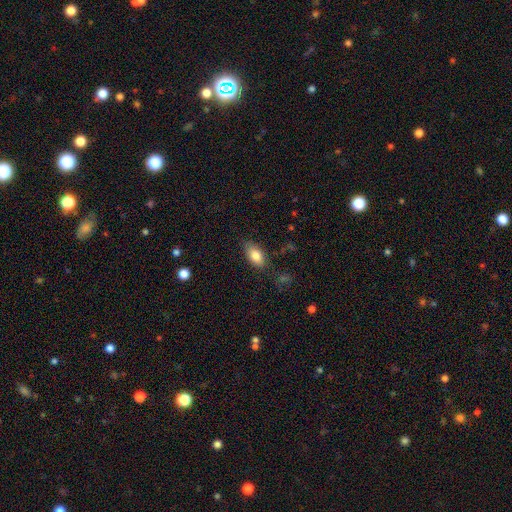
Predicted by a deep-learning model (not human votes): Smooth or featured? Predicted: smooth (p=0.82). How rounded? Predicted: in between (p=0.90). Merging? Predicted: none (p=0.80).